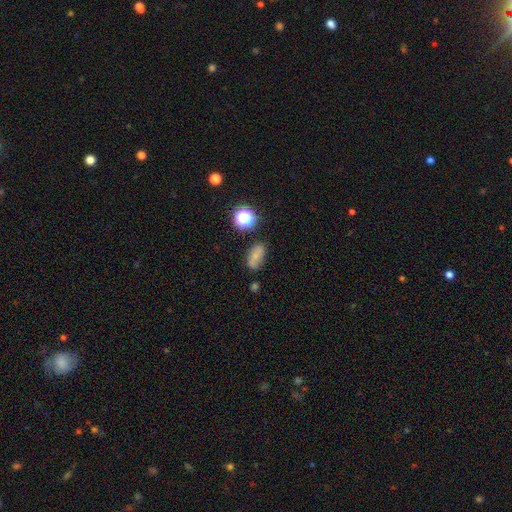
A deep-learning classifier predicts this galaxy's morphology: smooth-or-featured: smooth: 67% | featured or disk: 18% | star or artifact: 16%
  how-rounded: in between: 82% | round: 12% | cigar-shaped: 5%
  merging: none: 71% | minor disturbance: 19% | major disturbance: 5% | merger: 4%